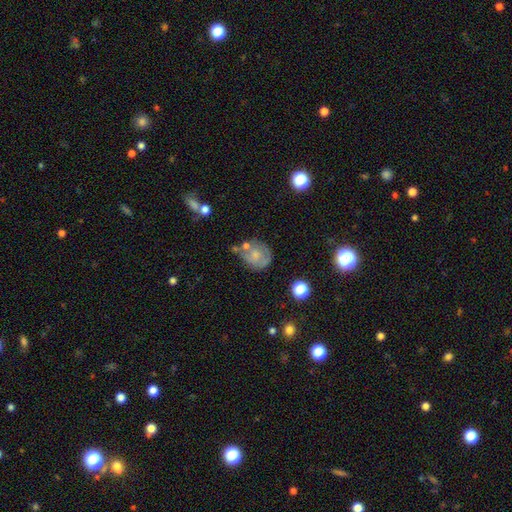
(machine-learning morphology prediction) Q: Smooth or featured?
A: smooth (50%); runner-up: featured or disk (41%)
Q: Merging?
A: none (41%); runner-up: minor disturbance (28%)